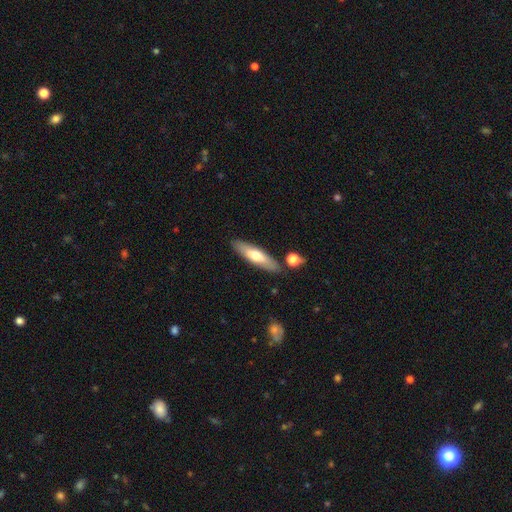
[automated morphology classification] smooth 56%, featured or disk 38%, star or artifact 6%. Down the decision tree: how rounded — cigar-shaped (66%); merging — none (83%).